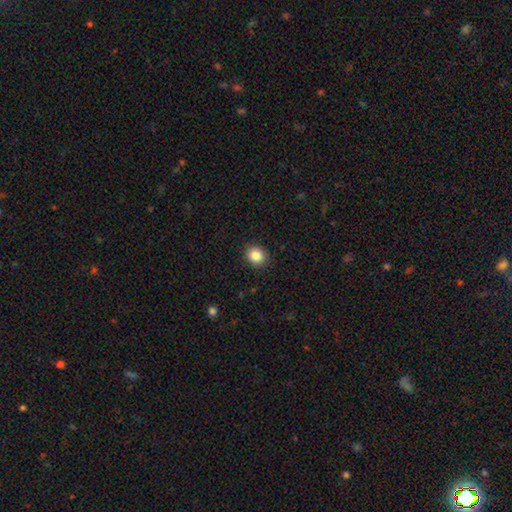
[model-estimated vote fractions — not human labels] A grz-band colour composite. It shows a smooth galaxy with no disk features (86%) that is round (66%). Merging: none (90%).